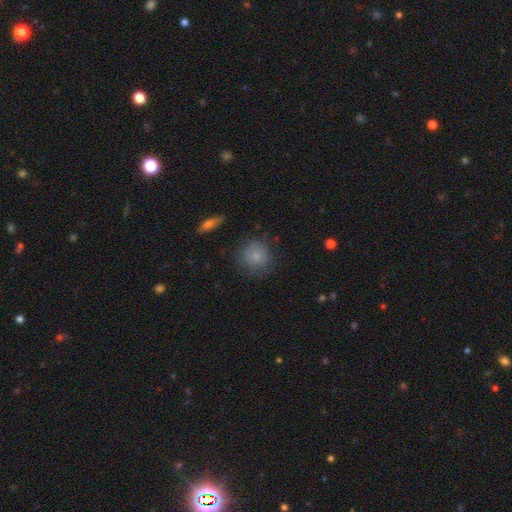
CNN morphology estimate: Q: Smooth or featured?
A: smooth (78%); runner-up: featured or disk (12%)
Q: How rounded?
A: round (89%); runner-up: in between (10%)
Q: Merging?
A: none (74%); runner-up: minor disturbance (18%)